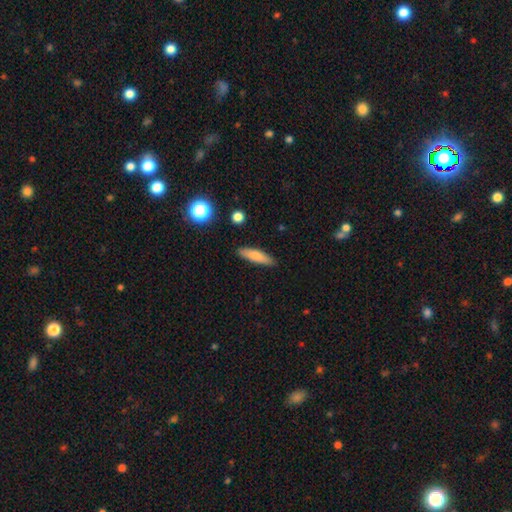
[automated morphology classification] Smooth or featured?
  - smooth: 75% *
  - featured or disk: 18%
  - star or artifact: 7%
How rounded?
  - cigar-shaped: 73% *
  - in between: 25%
  - round: 2%
Merging?
  - none: 88% *
  - minor disturbance: 9%
  - major disturbance: 2%
  - merger: 1%